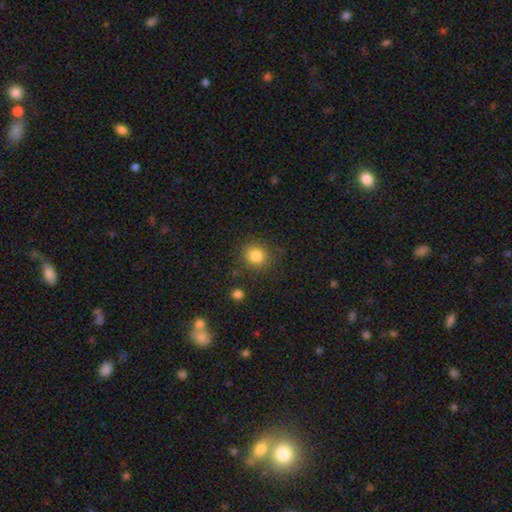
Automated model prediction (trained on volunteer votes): smooth-or-featured: smooth: 83% | star or artifact: 11% | featured or disk: 6%
  how-rounded: round: 79% | in between: 20% | cigar-shaped: 1%
  merging: none: 83% | minor disturbance: 10% | major disturbance: 4% | merger: 2%